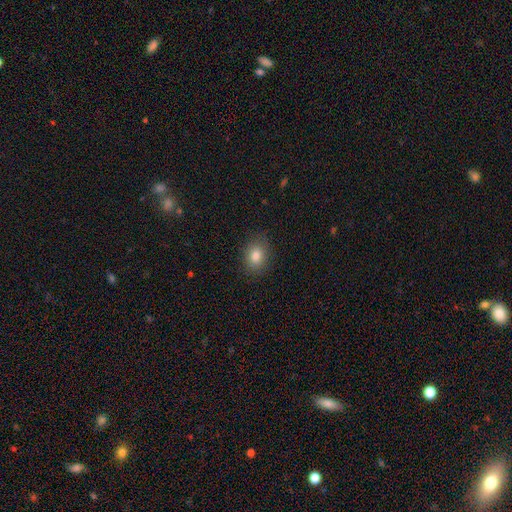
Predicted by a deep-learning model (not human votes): The model was most divided on "how rounded": in between: 59%, round: 40%, cigar-shaped: 1%. More confident: merging — none (88%); smooth or featured — smooth (82%).